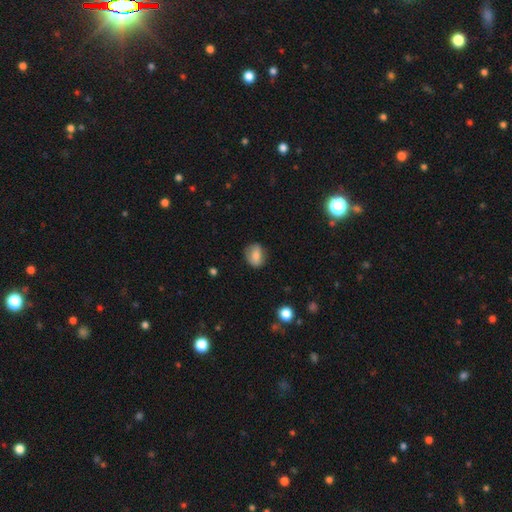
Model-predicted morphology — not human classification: smooth_or_featured: smooth (p=0.76) [alt: featured or disk p=0.15]
how_rounded: in between (p=0.62) [alt: round p=0.37]
merging: none (p=0.70) [alt: minor disturbance p=0.22]